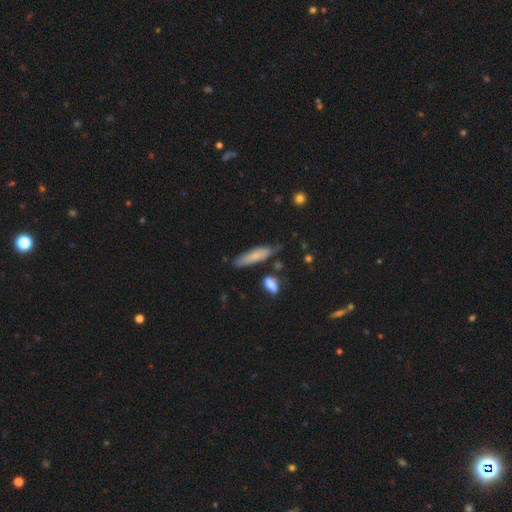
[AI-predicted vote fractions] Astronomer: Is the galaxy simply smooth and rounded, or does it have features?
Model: smooth — 71%.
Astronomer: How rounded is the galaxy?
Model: cigar-shaped — 71%.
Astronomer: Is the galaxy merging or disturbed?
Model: none — 67%.